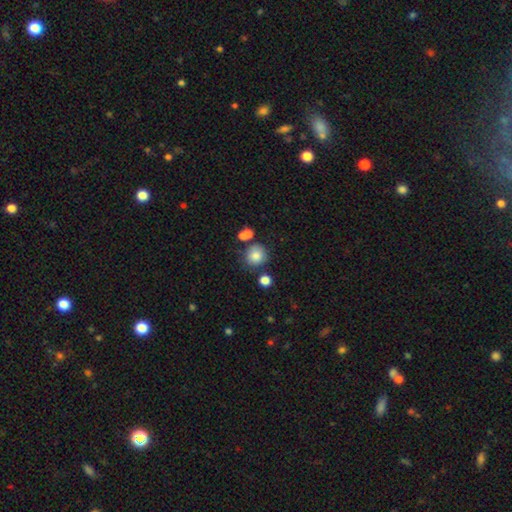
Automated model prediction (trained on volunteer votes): Smooth or featured? smooth (83%)
How rounded? round (87%)
Merging? none (69%)